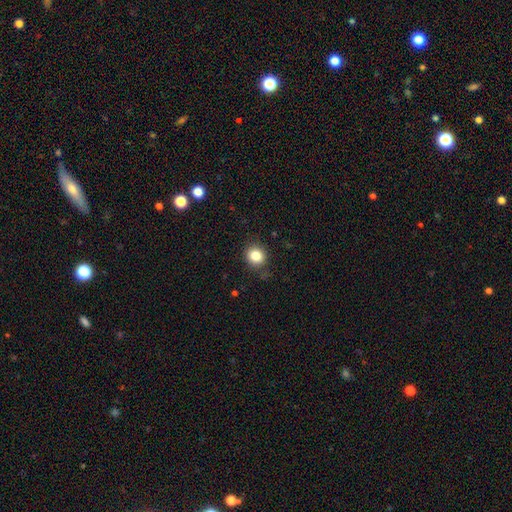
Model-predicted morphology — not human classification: type=smooth (83%); roundness=round (84%); merging=none (87%).